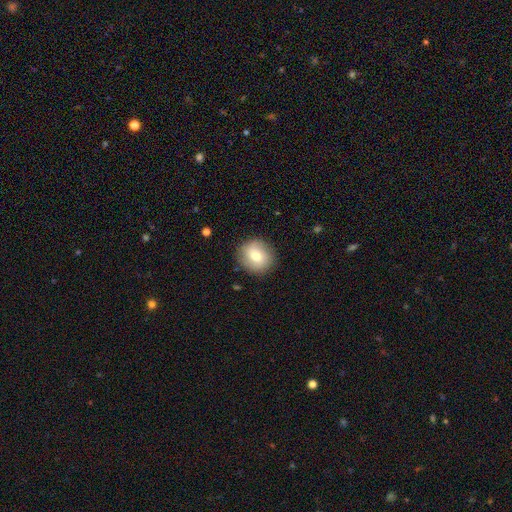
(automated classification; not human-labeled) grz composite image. It shows a smooth galaxy with no disk features (73%) that is round (88%). Merging: none (88%).